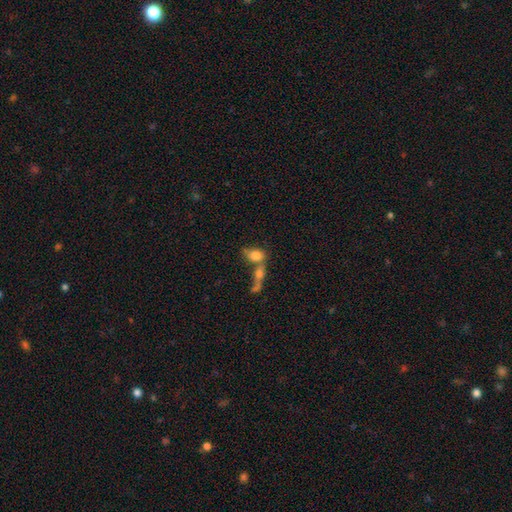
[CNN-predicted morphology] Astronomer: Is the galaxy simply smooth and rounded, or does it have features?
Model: smooth — 75%.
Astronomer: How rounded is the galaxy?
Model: in between — 71%.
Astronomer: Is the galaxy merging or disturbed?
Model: merger — 59%.